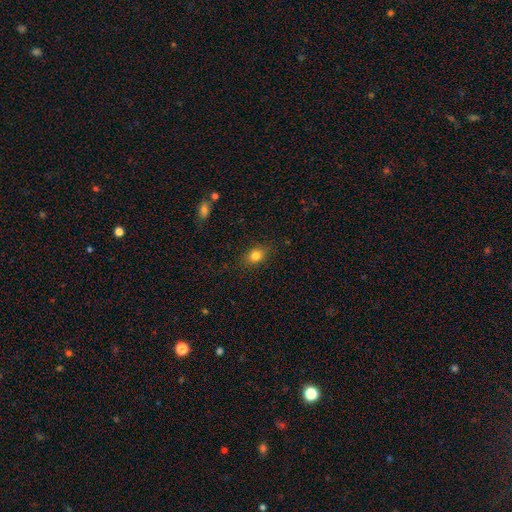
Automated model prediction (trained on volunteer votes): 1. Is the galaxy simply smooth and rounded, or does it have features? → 82% smooth, 11% star or artifact, 7% featured or disk.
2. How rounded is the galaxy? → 60% in between, 38% round, 2% cigar-shaped.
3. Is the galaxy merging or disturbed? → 85% none, 11% minor disturbance, 3% major disturbance, 1% merger.